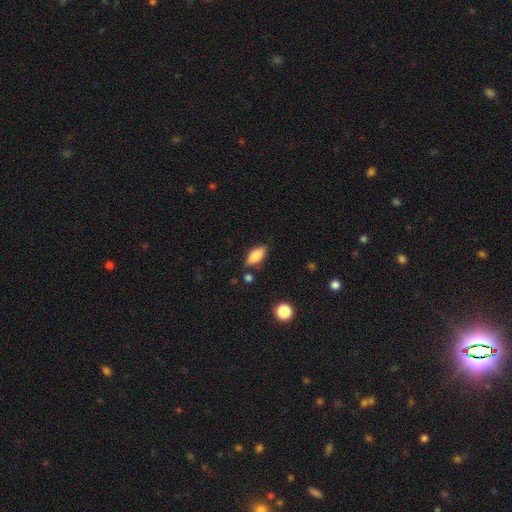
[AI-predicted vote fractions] smooth 78%, featured or disk 15%, star or artifact 7%. Down the decision tree: how rounded — in between (84%); merging — none (80%).